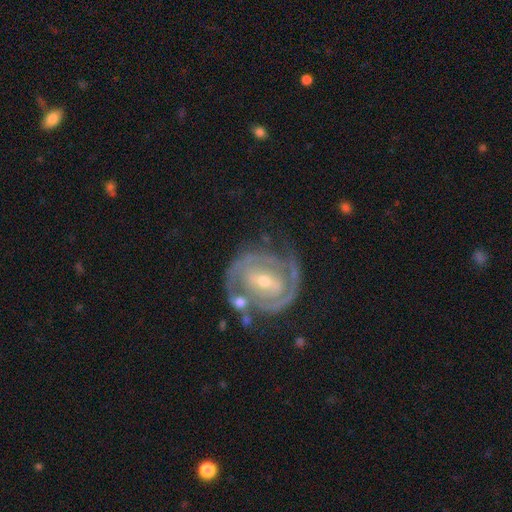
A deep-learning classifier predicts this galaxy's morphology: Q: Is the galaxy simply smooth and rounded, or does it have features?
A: featured or disk — 87%.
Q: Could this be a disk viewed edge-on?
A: no — 97%.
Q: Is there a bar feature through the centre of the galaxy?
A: weak — 43%.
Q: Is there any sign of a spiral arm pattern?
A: yes — 94%.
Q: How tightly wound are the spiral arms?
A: tight — 64%.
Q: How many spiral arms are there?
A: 2 — 68%.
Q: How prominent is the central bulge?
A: small — 54%.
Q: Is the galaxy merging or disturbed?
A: none — 68%.